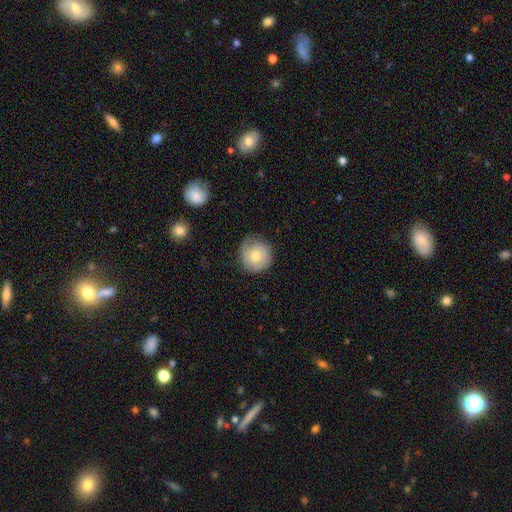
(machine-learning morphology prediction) smooth_or_featured: smooth (p=0.70) [alt: featured or disk p=0.23]
how_rounded: round (p=0.92) [alt: in between p=0.07]
merging: none (p=0.70) [alt: minor disturbance p=0.23]